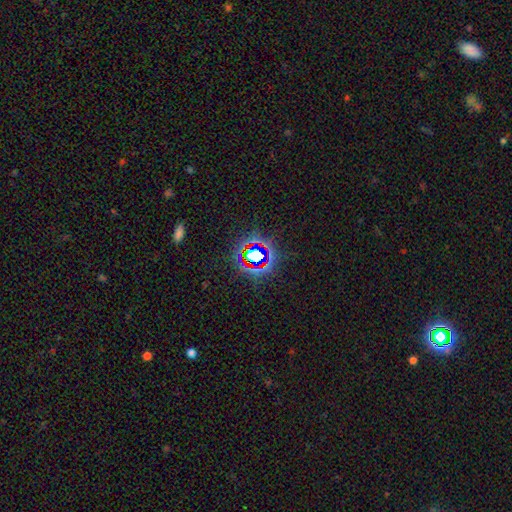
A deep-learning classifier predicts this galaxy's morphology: Smooth or featured: star or artifact — 73% (smooth — 17%)